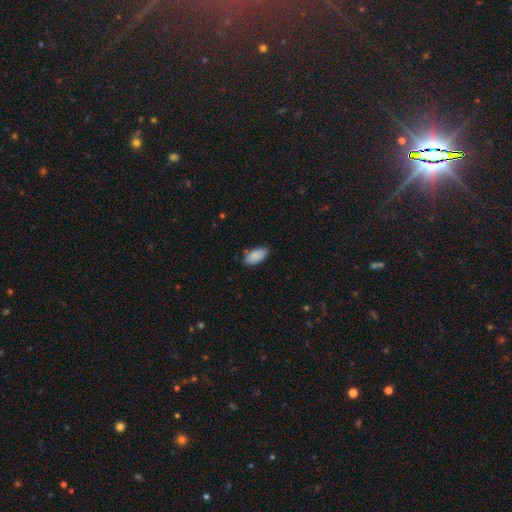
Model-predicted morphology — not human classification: Smooth or featured? Predicted: smooth (p=0.88). How rounded? Predicted: in between (p=0.92). Merging? Predicted: none (p=0.80).